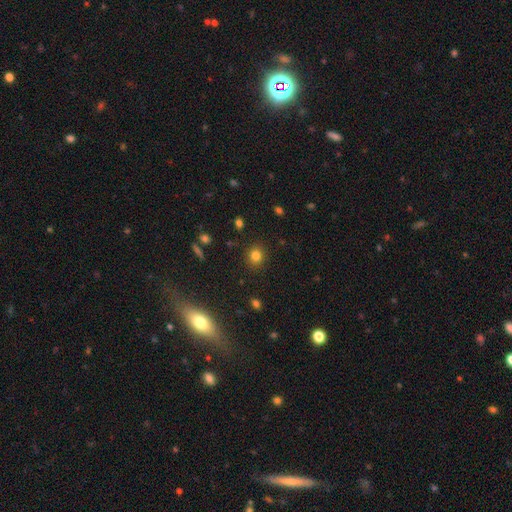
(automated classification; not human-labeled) Q: Smooth or featured?
A: smooth (80%); runner-up: star or artifact (14%)
Q: How rounded?
A: round (82%); runner-up: in between (17%)
Q: Merging?
A: none (89%); runner-up: minor disturbance (7%)